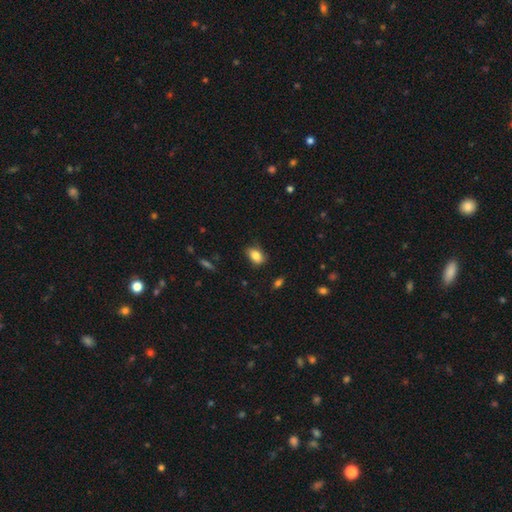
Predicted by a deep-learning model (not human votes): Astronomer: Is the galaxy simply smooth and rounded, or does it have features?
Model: smooth — 84%.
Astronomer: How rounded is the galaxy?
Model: in between — 83%.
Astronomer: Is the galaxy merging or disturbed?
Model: none — 78%.